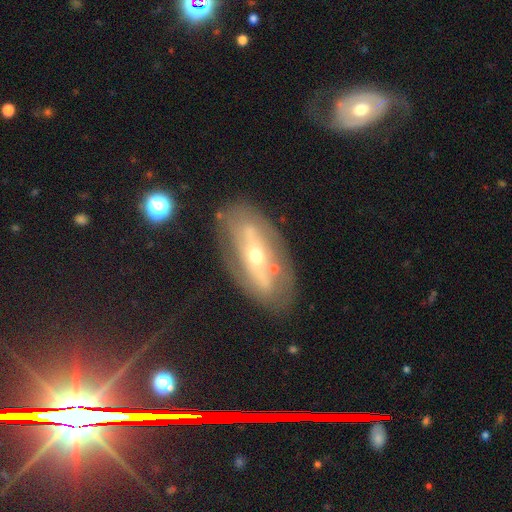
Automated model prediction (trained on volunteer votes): This appears to be a featured or disk galaxy (71%) with no bar (47%), no spiral arms (54%) and a small central bulge (48%). Merging: none (74%).